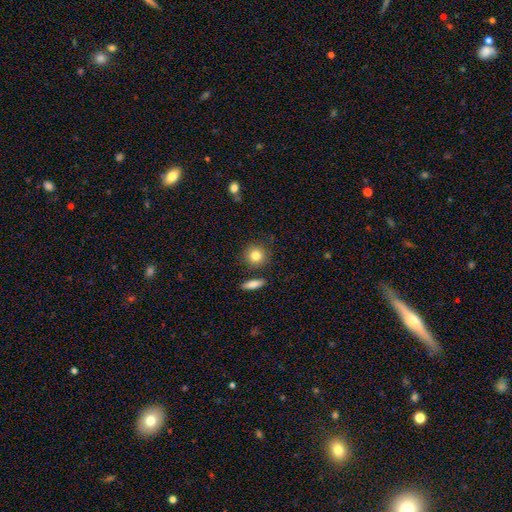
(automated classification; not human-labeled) Smooth or featured: smooth — 83% (featured or disk — 9%)
How rounded: round — 87% (in between — 12%)
Merging: none — 83% (minor disturbance — 9%)